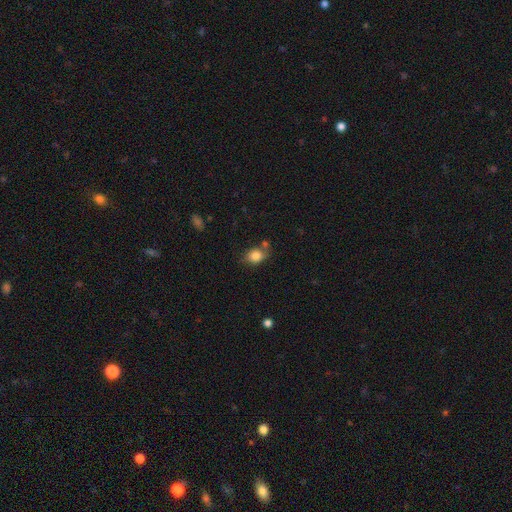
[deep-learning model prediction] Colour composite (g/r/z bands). It shows a smooth galaxy with no disk features (83%) that is in between round and cigar-shaped (65%). Merging: none (67%).